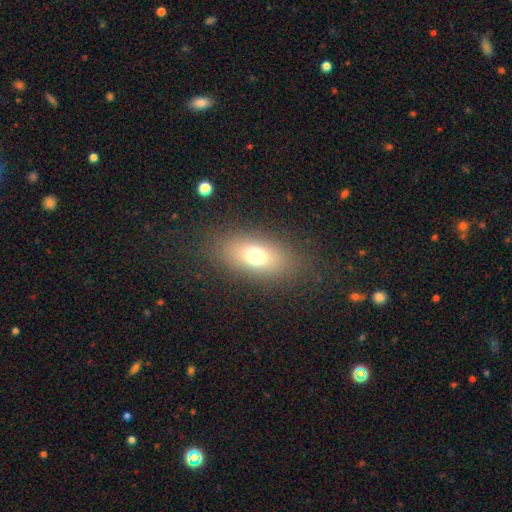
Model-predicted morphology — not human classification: smooth 69%, featured or disk 17%, star or artifact 14%. Down the decision tree: how rounded — in between (80%); merging — none (82%).